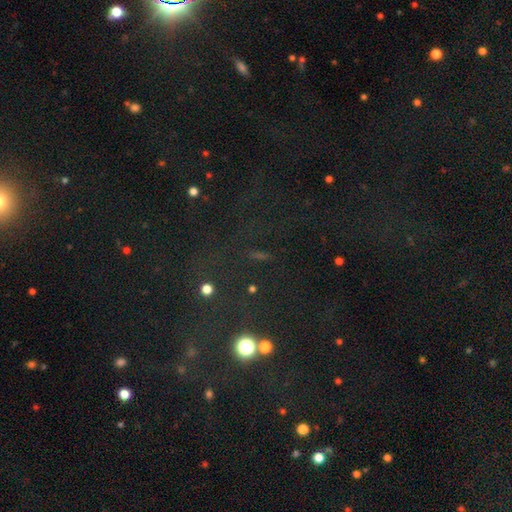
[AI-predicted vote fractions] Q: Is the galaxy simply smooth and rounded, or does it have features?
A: star or artifact — 68%.